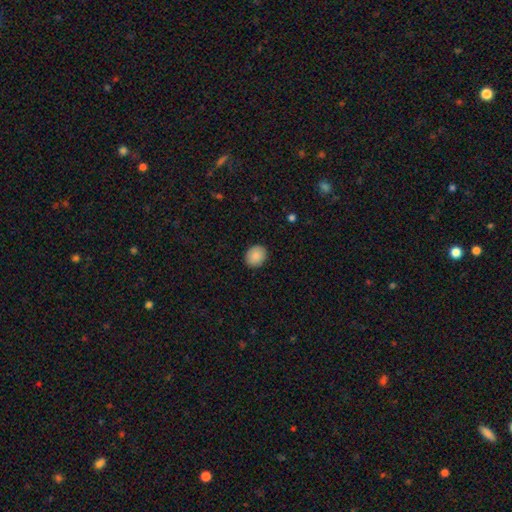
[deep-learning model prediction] Smooth or featured? Predicted: smooth (p=0.89). How rounded? Predicted: round (p=0.69). Merging? Predicted: none (p=0.90).